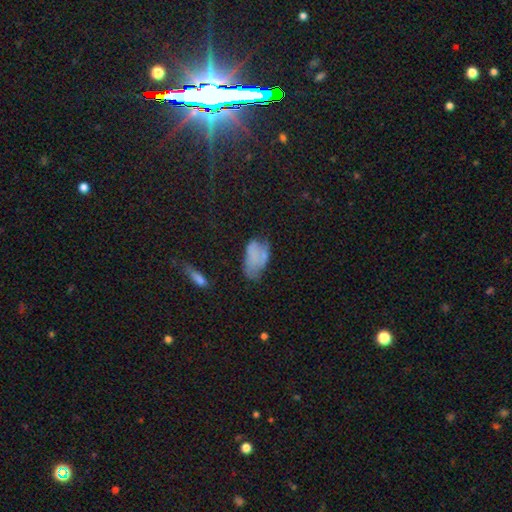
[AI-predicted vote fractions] A smooth galaxy with no disk features (62%) that is in between round and cigar-shaped (92%).

Vote fractions:
- Smooth or featured? smooth: 62% / featured or disk: 26% / star or artifact: 12%
- How rounded? in between: 92% / round: 5% / cigar-shaped: 3%
- Merging? none: 38% / minor disturbance: 35% / major disturbance: 21% / merger: 6%